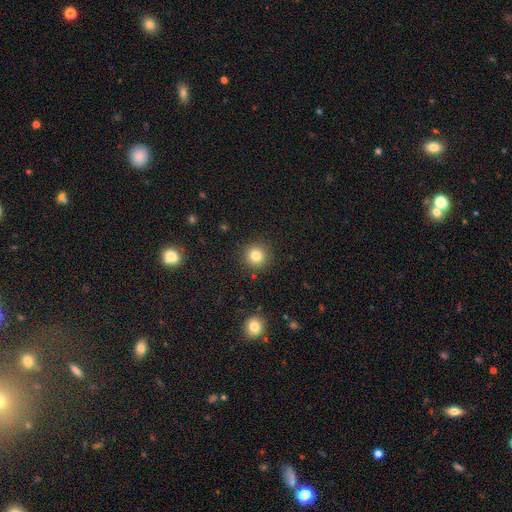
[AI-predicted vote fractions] Morphology: type=smooth (82%); roundness=round (94%); merging=none (90%).